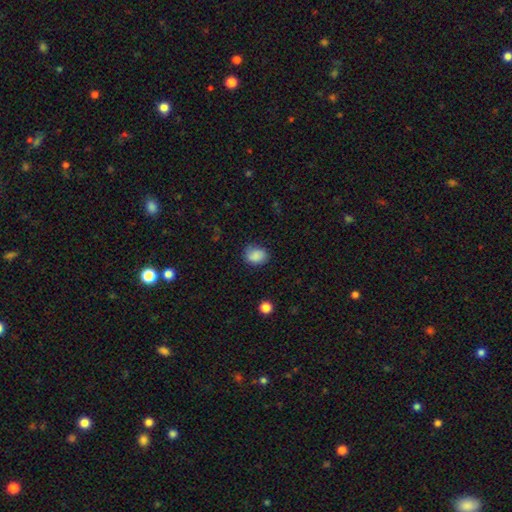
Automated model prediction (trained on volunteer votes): A smooth galaxy with no disk features (86%) that is in between round and cigar-shaped (53%).

Vote fractions:
- Smooth or featured? smooth: 86% / star or artifact: 9% / featured or disk: 5%
- How rounded? in between: 53% / round: 46% / cigar-shaped: 1%
- Merging? none: 74% / minor disturbance: 20% / major disturbance: 5% / merger: 1%